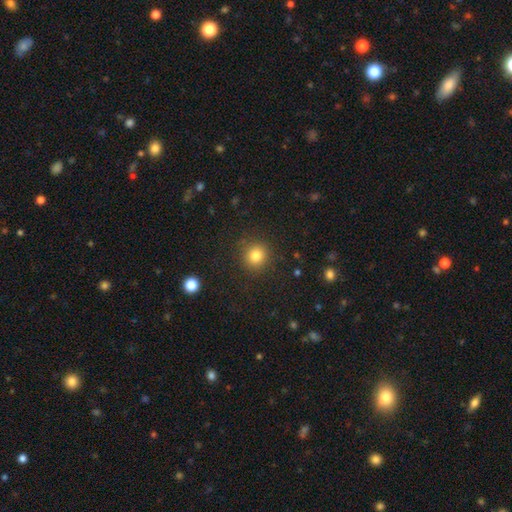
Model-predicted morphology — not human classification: Smooth or featured? Predicted: smooth (p=0.82). How rounded? Predicted: round (p=0.90). Merging? Predicted: none (p=0.89).